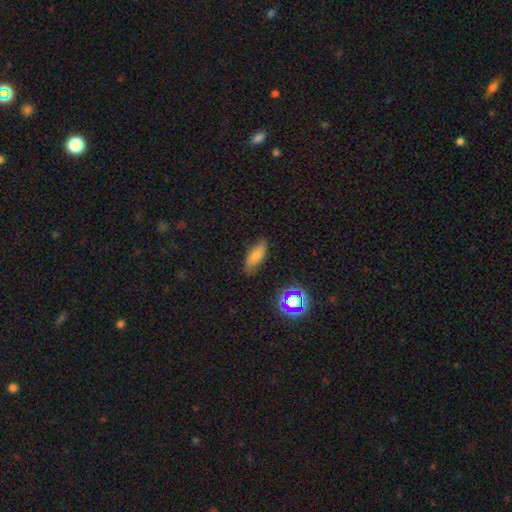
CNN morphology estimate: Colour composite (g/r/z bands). It shows a smooth galaxy with no disk features (72%) that is in between round and cigar-shaped (67%). Merging: none (79%).